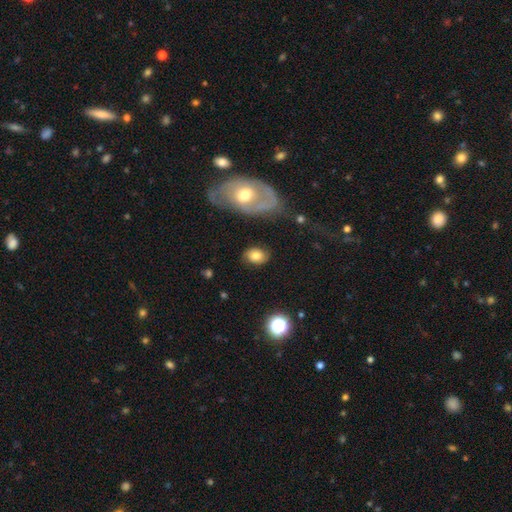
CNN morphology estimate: type=smooth (76%); roundness=in between (68%); merging=none (79%).